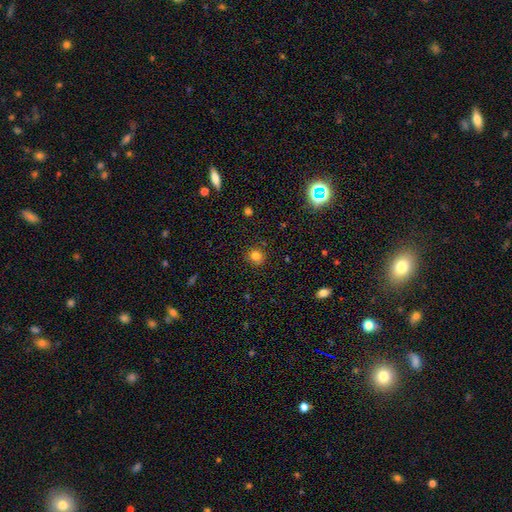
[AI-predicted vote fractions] Overall: smooth (80%). How rounded: round (89%). Merging: none (87%).